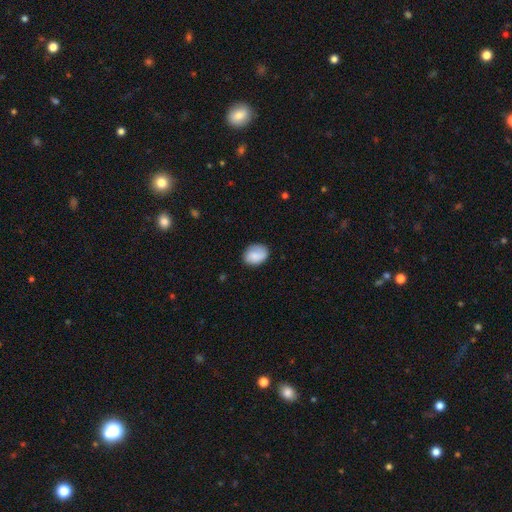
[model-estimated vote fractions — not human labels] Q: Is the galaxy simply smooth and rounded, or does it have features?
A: smooth — 83%.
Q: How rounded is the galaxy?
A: in between — 59%.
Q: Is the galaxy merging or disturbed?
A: none — 77%.